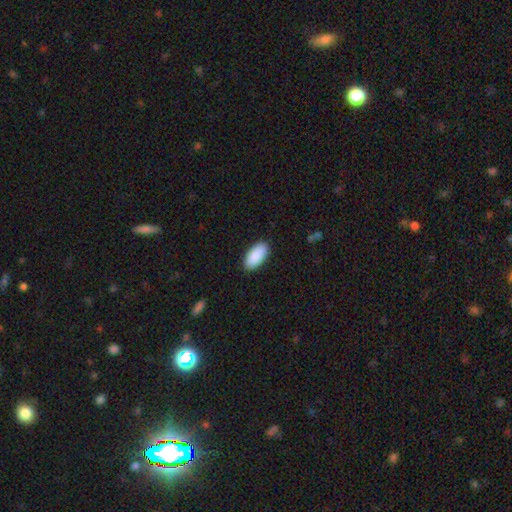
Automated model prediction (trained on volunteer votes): smooth_or_featured: smooth (p=0.91) [alt: star or artifact p=0.06]
how_rounded: in between (p=0.95) [alt: cigar-shaped p=0.04]
merging: none (p=0.88) [alt: minor disturbance p=0.09]